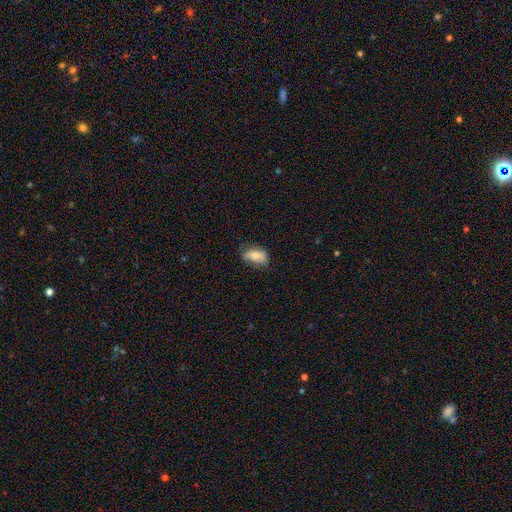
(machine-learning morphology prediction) Smooth or featured: smooth — 72% (featured or disk — 20%)
How rounded: in between — 88% (round — 7%)
Merging: none — 57% (minor disturbance — 31%)